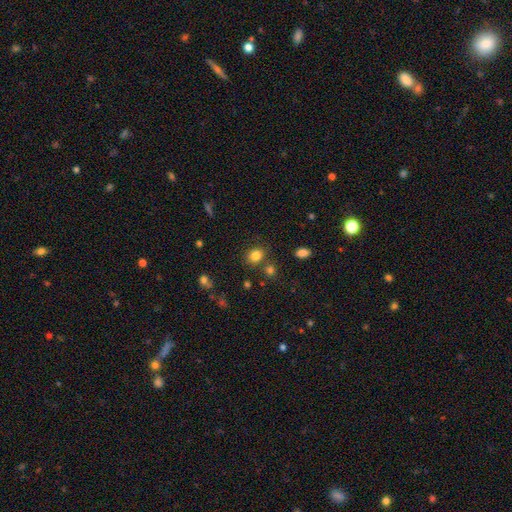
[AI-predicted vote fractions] Smooth or featured? smooth (82%)
How rounded? round (63%)
Merging? none (77%)